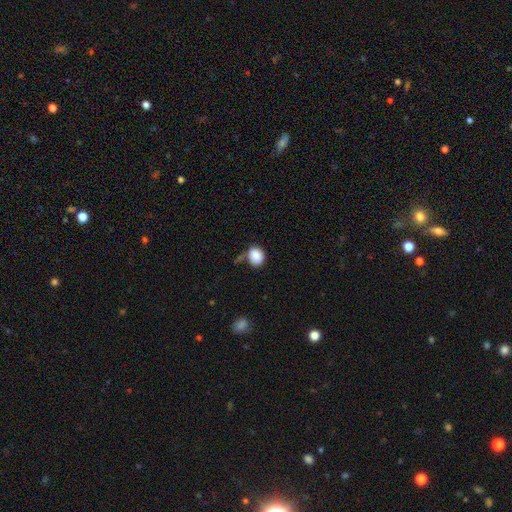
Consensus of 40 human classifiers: Smooth or featured?
  - smooth: 95% *
  - star or artifact: 5%
  - featured or disk: 0%
How rounded?
  - round: 61% *
  - in between: 39%
  - cigar-shaped: 0%
Merging?
  - none: 71% *
  - major disturbance: 13%
  - minor disturbance: 8%
  - merger: 8%